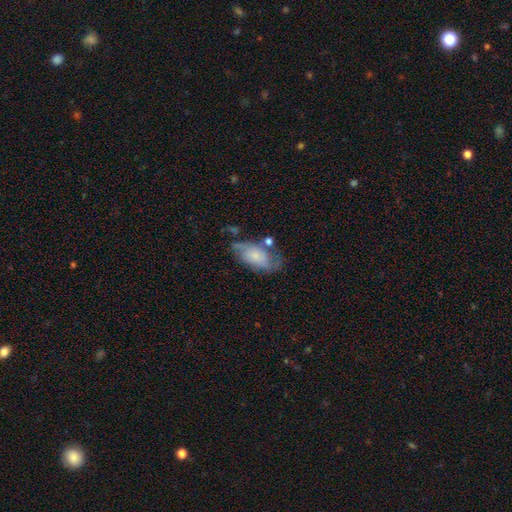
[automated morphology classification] Smooth or featured?
  - smooth: 51% *
  - featured or disk: 42%
  - star or artifact: 8%
How rounded?
  - in between: 89% *
  - cigar-shaped: 5%
  - round: 5%
Merging?
  - none: 45% *
  - minor disturbance: 29%
  - major disturbance: 17%
  - merger: 10%